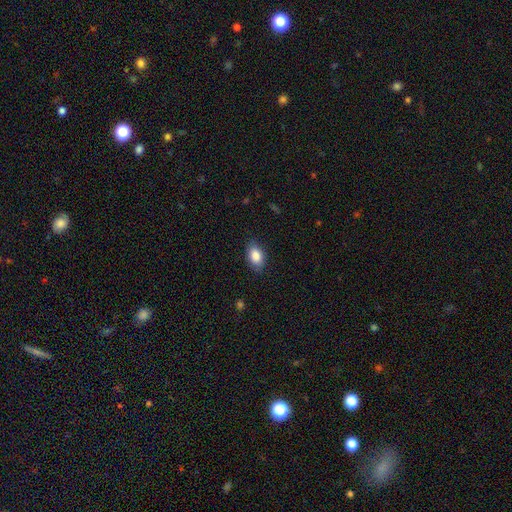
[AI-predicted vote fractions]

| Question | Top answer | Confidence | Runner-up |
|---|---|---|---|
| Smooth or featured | smooth | 87% | star or artifact (7%) |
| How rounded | in between | 89% | round (10%) |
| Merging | none | 83% | minor disturbance (13%) |